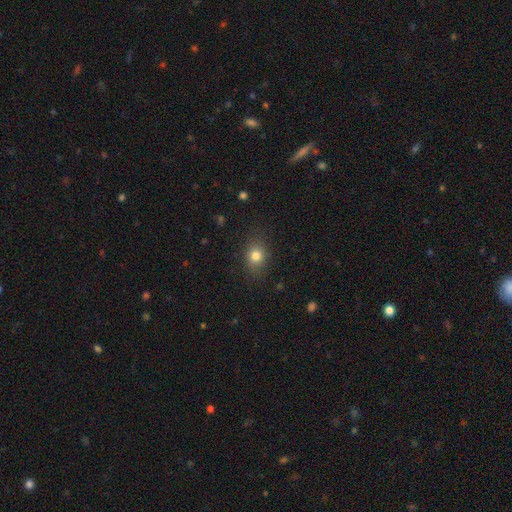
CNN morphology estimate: The model was most divided on "how rounded": round: 56%, in between: 43%, cigar-shaped: 1%. More confident: merging — none (84%); smooth or featured — smooth (79%).